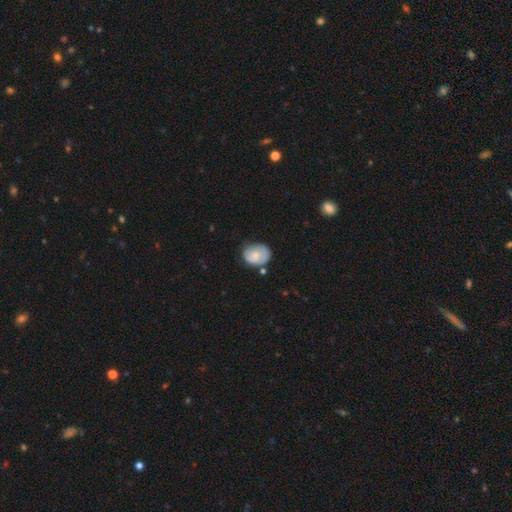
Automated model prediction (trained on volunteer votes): A smooth galaxy with no disk features (68%) that is in between round and cigar-shaped (52%).

Vote fractions:
- Smooth or featured? smooth: 68% / featured or disk: 25% / star or artifact: 7%
- How rounded? in between: 52% / round: 47% / cigar-shaped: 1%
- Merging? none: 54% / minor disturbance: 33% / major disturbance: 8% / merger: 5%